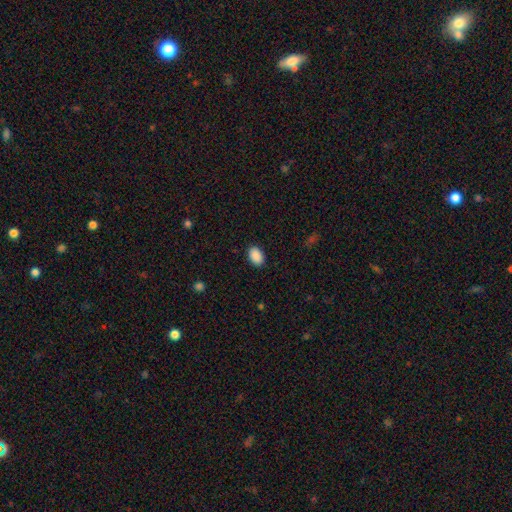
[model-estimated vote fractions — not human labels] Smooth or featured? smooth (91%)
How rounded? in between (86%)
Merging? none (89%)